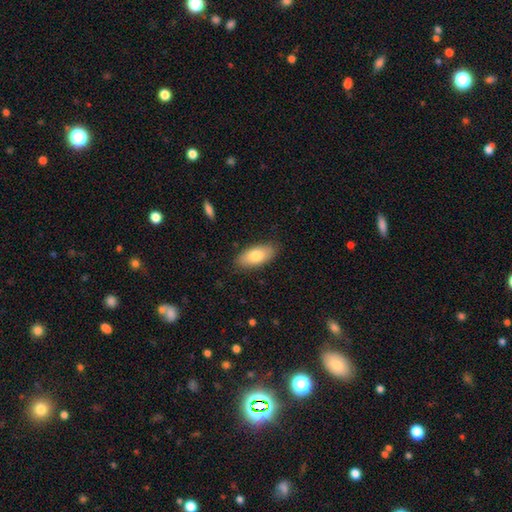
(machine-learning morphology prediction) Overall: smooth (79%). How rounded: in between (89%). Merging: none (85%).